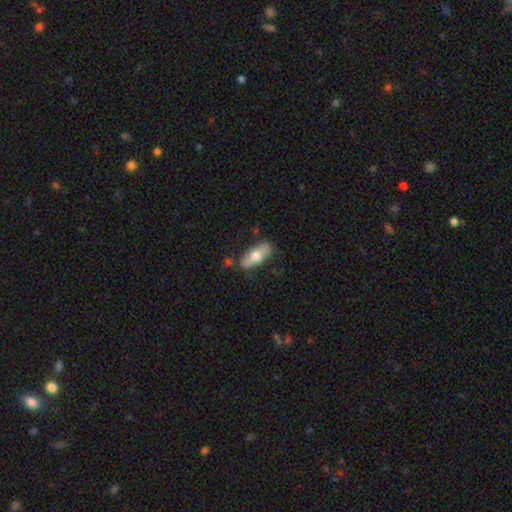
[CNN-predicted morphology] A smooth galaxy with no disk features (59%) that is in between round and cigar-shaped (79%).

Vote fractions:
- Smooth or featured? smooth: 59% / featured or disk: 35% / star or artifact: 6%
- How rounded? in between: 79% / cigar-shaped: 18% / round: 3%
- Merging? none: 78% / minor disturbance: 15% / merger: 3% / major disturbance: 3%